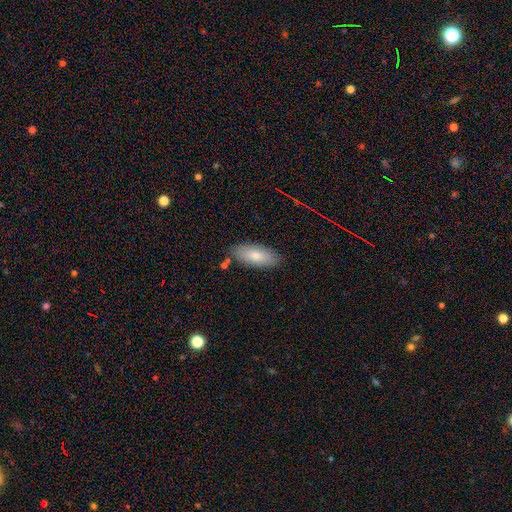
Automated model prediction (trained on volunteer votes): Morphology: type=smooth (78%); roundness=in between (88%); merging=none (83%).